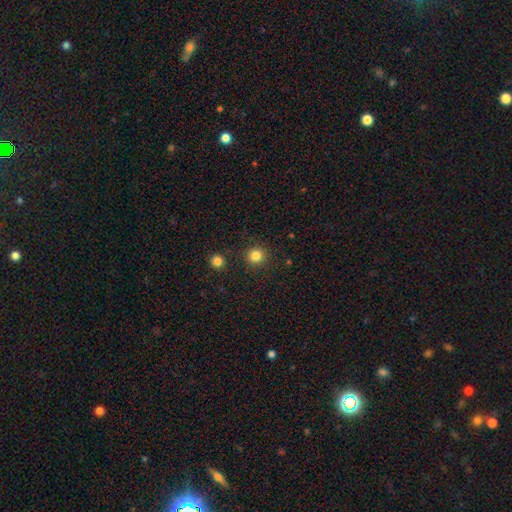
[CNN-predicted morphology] A smooth galaxy with no disk features (83%) that is round (94%).

Vote fractions:
- Smooth or featured? smooth: 83% / star or artifact: 13% / featured or disk: 4%
- How rounded? round: 94% / in between: 5% / cigar-shaped: 1%
- Merging? none: 89% / minor disturbance: 6% / merger: 3% / major disturbance: 2%